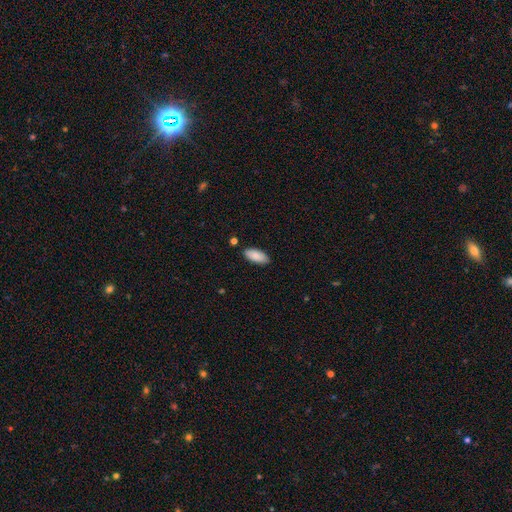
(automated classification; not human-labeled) Smooth or featured? Predicted: smooth (p=0.88). How rounded? Predicted: in between (p=0.88). Merging? Predicted: none (p=0.86).